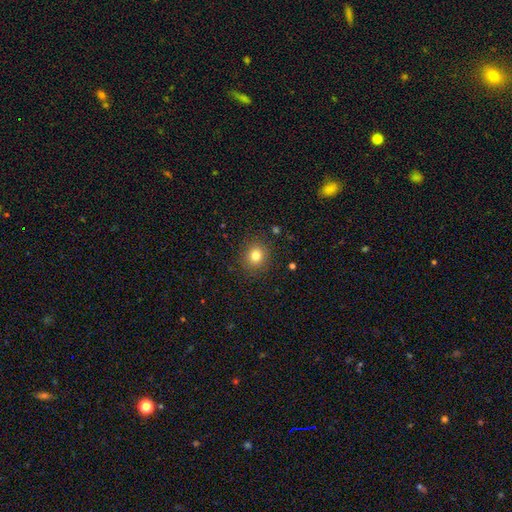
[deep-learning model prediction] Smooth or featured? Predicted: smooth (p=0.80). How rounded? Predicted: round (p=0.83). Merging? Predicted: none (p=0.88).